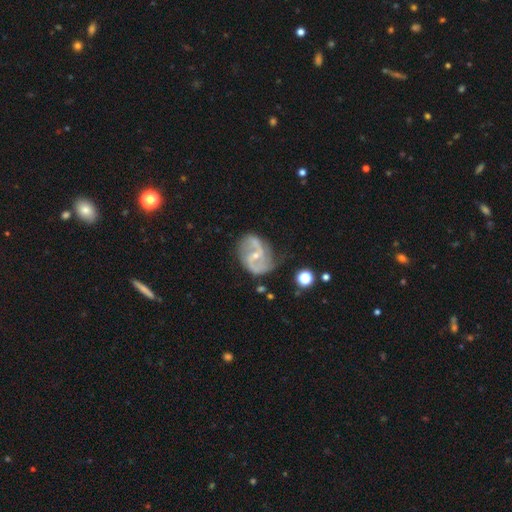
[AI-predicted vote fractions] featured or disk 86%, smooth 8%, star or artifact 6%. Down the decision tree: edge-on disk — no (98%); bar — weak (44%); spiral arms — yes (95%); spiral arm count — 2 (86%); spiral winding — medium (48%); bulge size — small (66%); merging — none (60%).